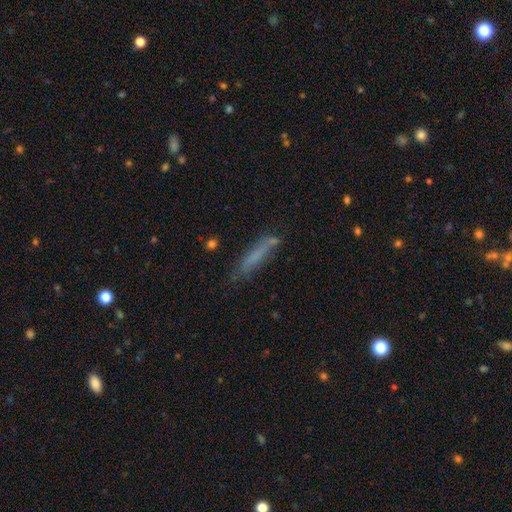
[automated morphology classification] smooth_or_featured: smooth (p=0.65) [alt: featured or disk p=0.25]
how_rounded: cigar-shaped (p=0.88) [alt: in between p=0.10]
merging: none (p=0.68) [alt: minor disturbance p=0.20]